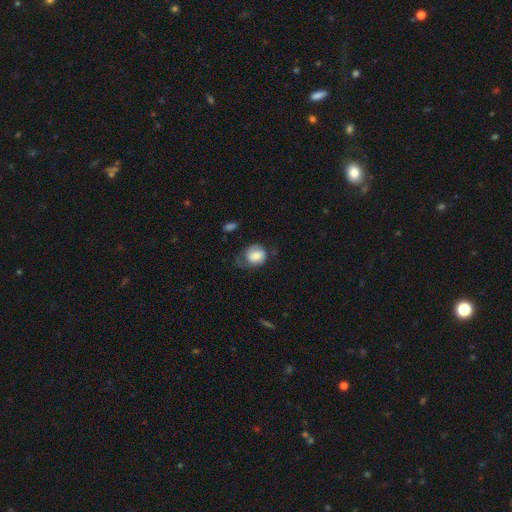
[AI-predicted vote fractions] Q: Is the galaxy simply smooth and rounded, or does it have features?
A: smooth — 67%.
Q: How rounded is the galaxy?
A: round — 62%.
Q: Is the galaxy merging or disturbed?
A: none — 37%.